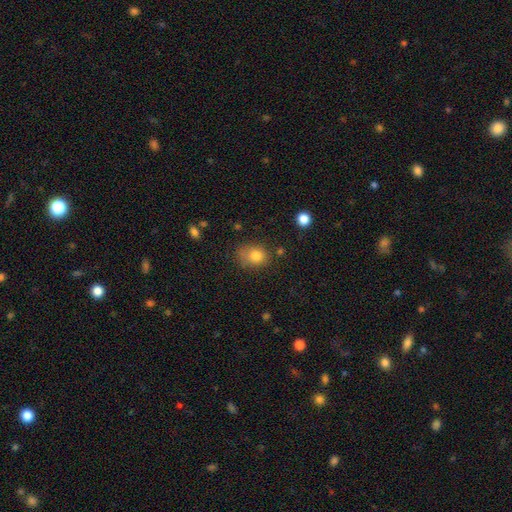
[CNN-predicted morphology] A smooth galaxy with no disk features (81%) that is round (51%).

Vote fractions:
- Smooth or featured? smooth: 81% / star or artifact: 11% / featured or disk: 8%
- How rounded? round: 51% / in between: 48% / cigar-shaped: 1%
- Merging? none: 58% / minor disturbance: 26% / major disturbance: 10% / merger: 7%